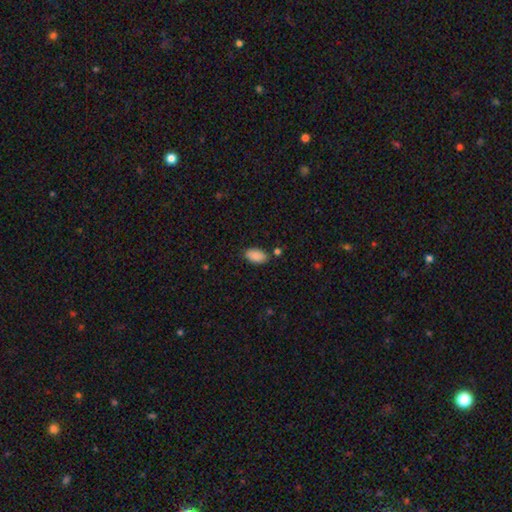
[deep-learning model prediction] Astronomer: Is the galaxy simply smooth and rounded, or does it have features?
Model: smooth — 90%.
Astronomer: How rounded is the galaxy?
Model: in between — 95%.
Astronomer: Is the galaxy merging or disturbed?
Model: none — 81%.